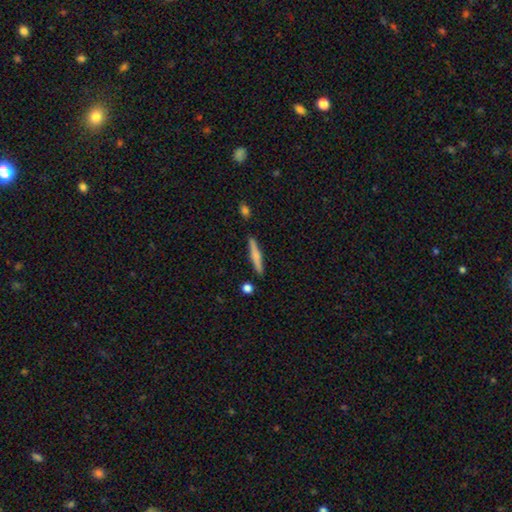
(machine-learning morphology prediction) This appears to be a smooth galaxy with no disk features (61%) that is cigar-shaped (92%). Merging: none (87%).